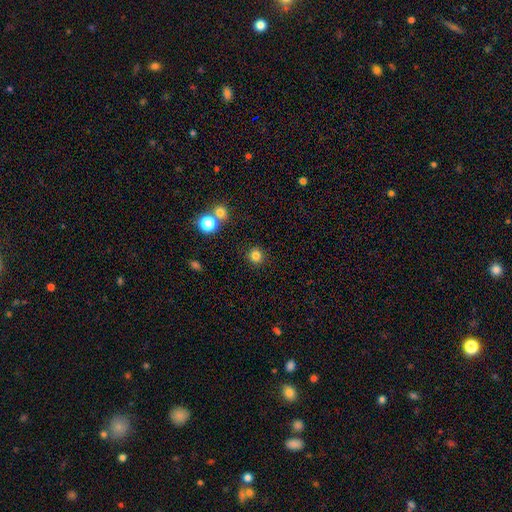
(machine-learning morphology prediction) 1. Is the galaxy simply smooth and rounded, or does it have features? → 82% smooth, 13% star or artifact, 5% featured or disk.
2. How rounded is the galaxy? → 93% round, 6% in between, 1% cigar-shaped.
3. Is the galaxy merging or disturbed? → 89% none, 5% minor disturbance, 3% merger, 2% major disturbance.